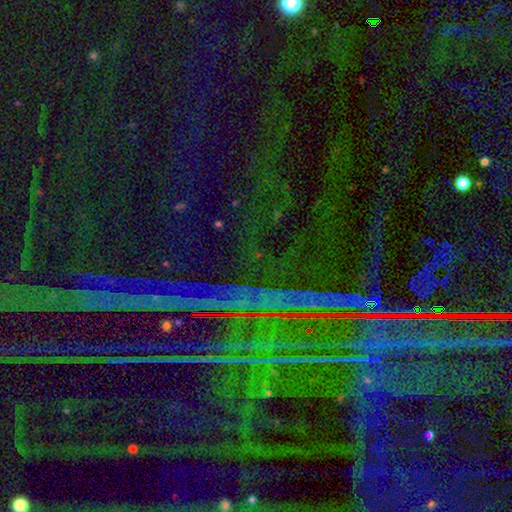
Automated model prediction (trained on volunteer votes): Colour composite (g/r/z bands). It shows a star or artifact, not a galaxy (88%).